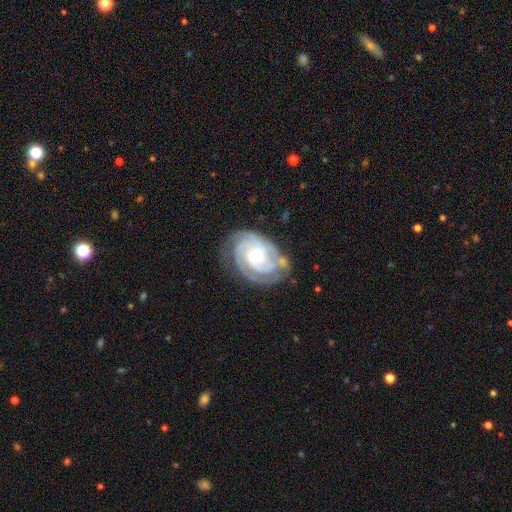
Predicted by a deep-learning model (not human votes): smooth_or_featured: featured or disk (p=0.89) [alt: smooth p=0.07]
disk_edge_on: no (p=0.97) [alt: yes p=0.03]
bar: no (p=0.68) [alt: weak p=0.25]
has_spiral_arms: yes (p=0.97) [alt: no p=0.03]
spiral_winding: tight (p=0.74) [alt: medium p=0.23]
spiral_arm_count: 3 (p=0.39) [alt: 2 p=0.23]
bulge_size: moderate (p=0.49) [alt: small p=0.46]
merging: none (p=0.71) [alt: minor disturbance p=0.20]